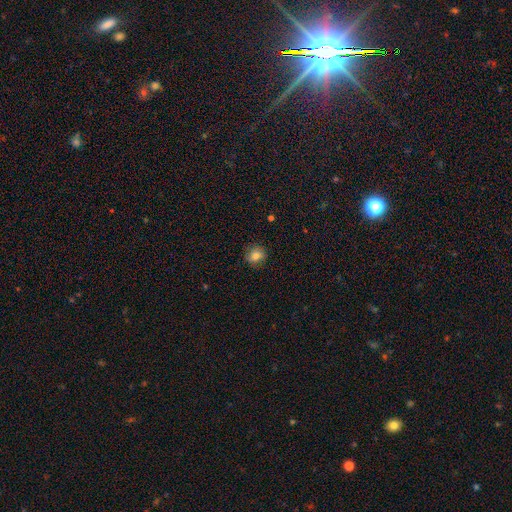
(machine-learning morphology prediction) smooth_or_featured: smooth (p=0.77) [alt: star or artifact p=0.12]
how_rounded: round (p=0.84) [alt: in between p=0.15]
merging: none (p=0.84) [alt: minor disturbance p=0.12]